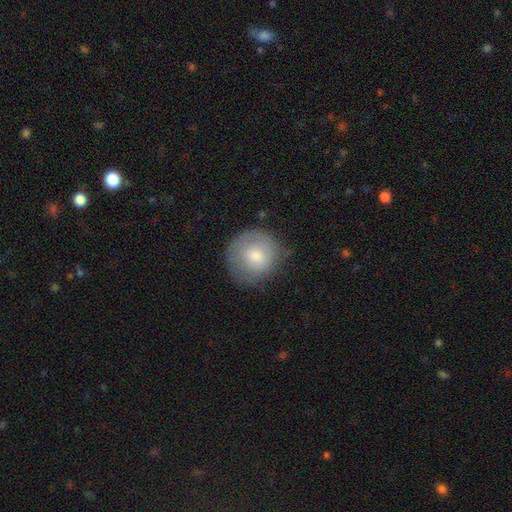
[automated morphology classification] The model was most divided on "smooth or featured": smooth: 70%, featured or disk: 22%, star or artifact: 8%. More confident: how rounded — round (91%); merging — none (72%).